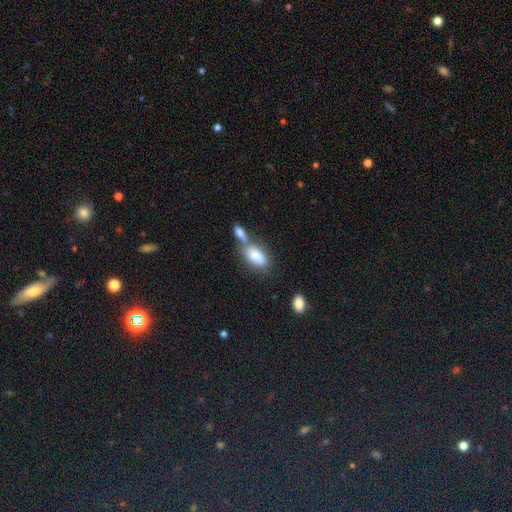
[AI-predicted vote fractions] Morphology: type=smooth (82%); roundness=in between (90%); merging=merger (48%).